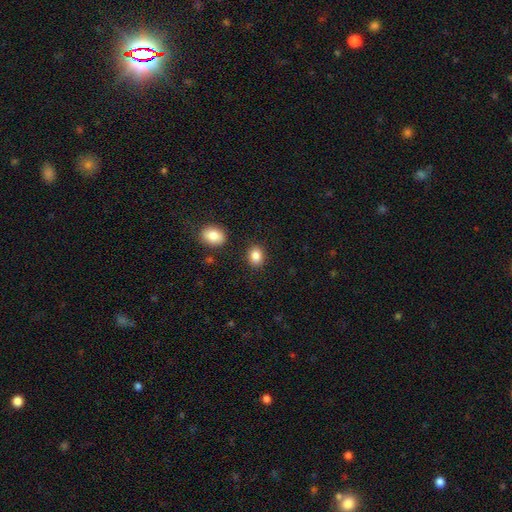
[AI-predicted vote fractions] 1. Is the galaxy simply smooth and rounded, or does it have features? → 86% smooth, 9% star or artifact, 5% featured or disk.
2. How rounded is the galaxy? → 62% in between, 37% round, 1% cigar-shaped.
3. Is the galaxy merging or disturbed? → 84% none, 9% minor disturbance, 4% merger, 3% major disturbance.